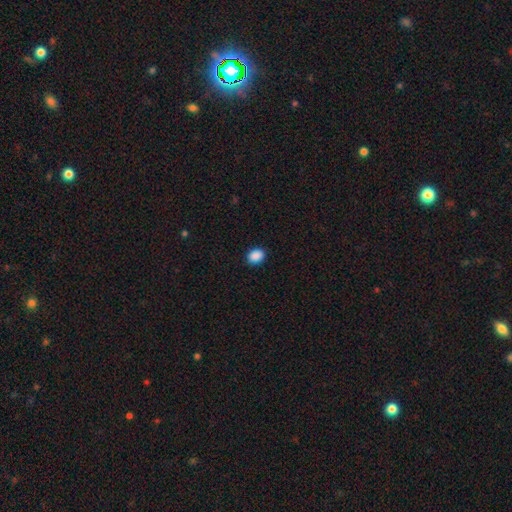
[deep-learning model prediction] This appears to be a smooth galaxy with no disk features (89%) that is in between round and cigar-shaped (58%). Merging: none (89%).